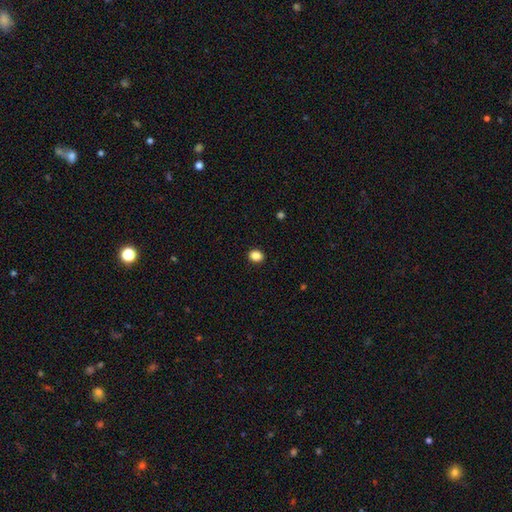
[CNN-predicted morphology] This appears to be a smooth galaxy with no disk features (87%) that is round (55%). Merging: none (92%).